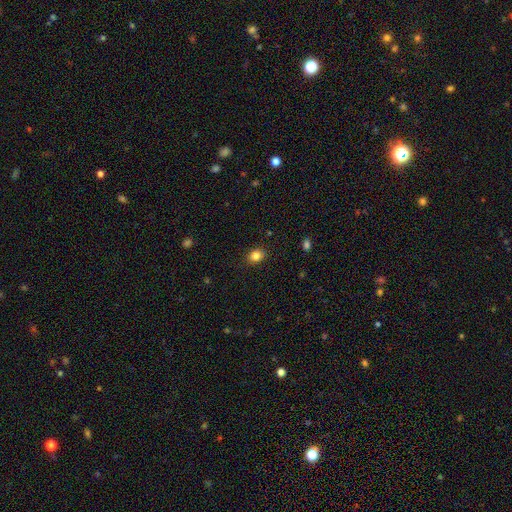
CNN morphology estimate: This appears to be a smooth galaxy with no disk features (84%) that is in between round and cigar-shaped (50%). Merging: none (88%).